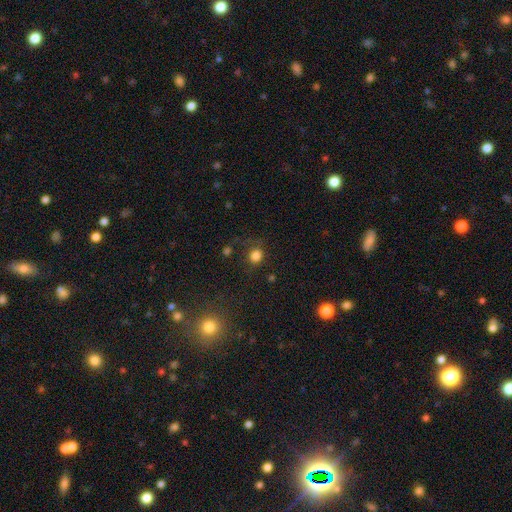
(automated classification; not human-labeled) A smooth galaxy with no disk features (81%) that is round (84%).

Vote fractions:
- Smooth or featured? smooth: 81% / star or artifact: 14% / featured or disk: 5%
- How rounded? round: 84% / in between: 15% / cigar-shaped: 1%
- Merging? none: 76% / minor disturbance: 13% / major disturbance: 7% / merger: 3%